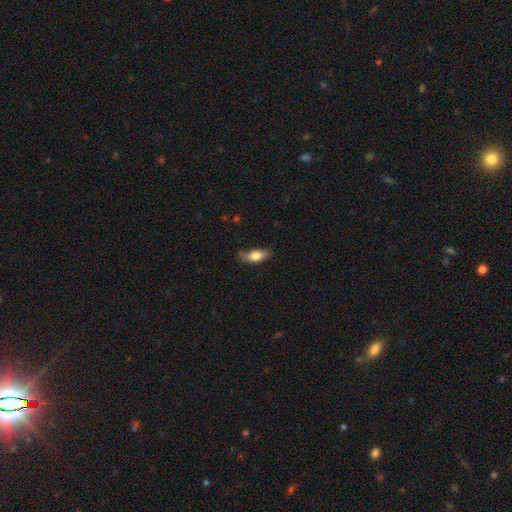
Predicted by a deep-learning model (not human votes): Smooth or featured: smooth — 73% (featured or disk — 21%)
How rounded: in between — 80% (cigar-shaped — 16%)
Merging: none — 60% (minor disturbance — 30%)